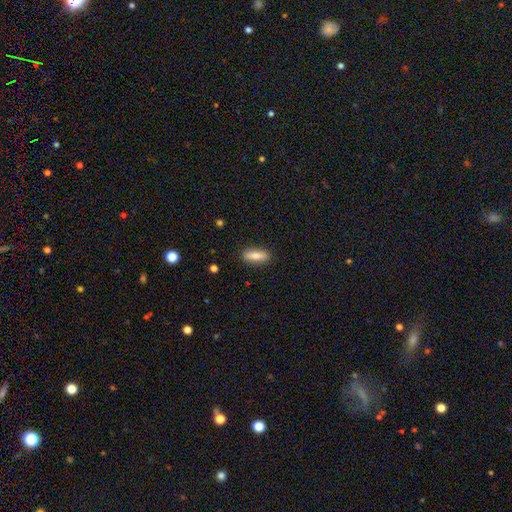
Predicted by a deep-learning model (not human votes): Smooth or featured?
  - smooth: 79% *
  - featured or disk: 15%
  - star or artifact: 7%
How rounded?
  - in between: 53% *
  - cigar-shaped: 44%
  - round: 2%
Merging?
  - none: 88% *
  - minor disturbance: 9%
  - major disturbance: 2%
  - merger: 1%